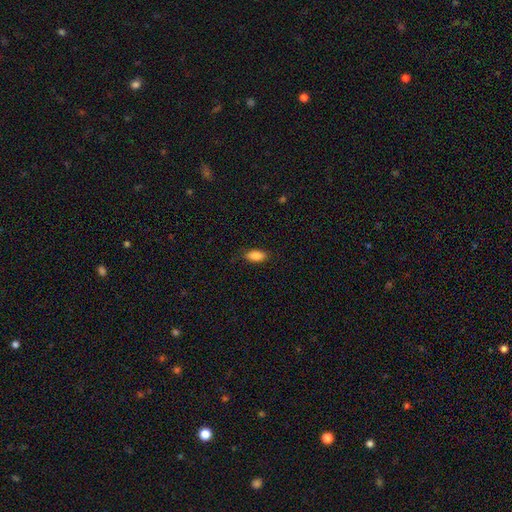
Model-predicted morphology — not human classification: smooth_or_featured: smooth (p=0.87) [alt: star or artifact p=0.07]
how_rounded: in between (p=0.87) [alt: cigar-shaped p=0.10]
merging: none (p=0.86) [alt: minor disturbance p=0.11]